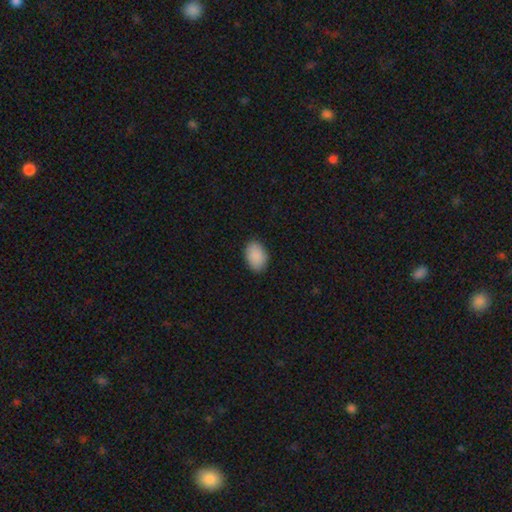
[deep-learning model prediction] smooth 90%, star or artifact 7%, featured or disk 3%. Down the decision tree: how rounded — in between (86%); merging — none (88%).